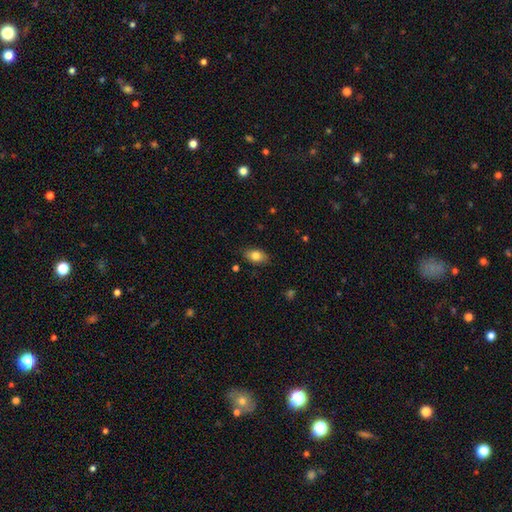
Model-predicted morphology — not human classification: Q: Smooth or featured?
A: smooth (81%); runner-up: featured or disk (12%)
Q: How rounded?
A: in between (88%); runner-up: round (9%)
Q: Merging?
A: none (84%); runner-up: minor disturbance (13%)